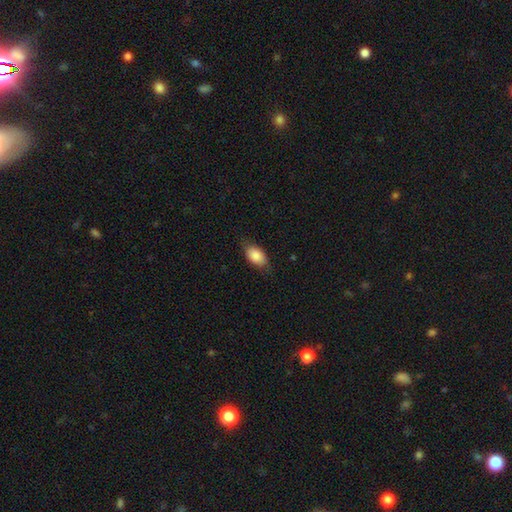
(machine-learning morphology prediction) smooth_or_featured: smooth (p=0.85) [alt: featured or disk p=0.08]
how_rounded: in between (p=0.91) [alt: round p=0.06]
merging: none (p=0.77) [alt: minor disturbance p=0.18]